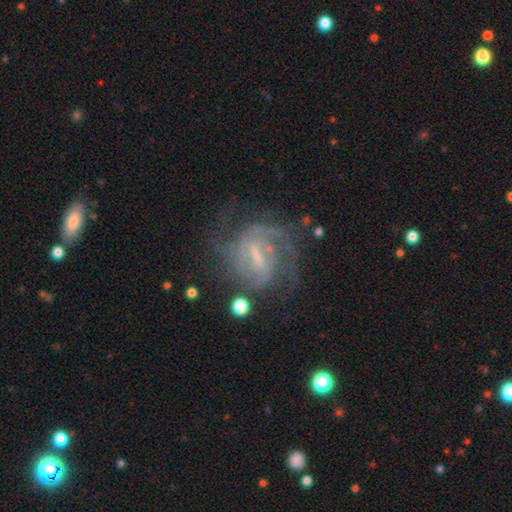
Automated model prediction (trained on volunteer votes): A featured or disk galaxy (84%) with a weak bar (48%), 2 (33%) tight (45%) spiral arms (92%) and a small central bulge (45%). Merging: none (60%).